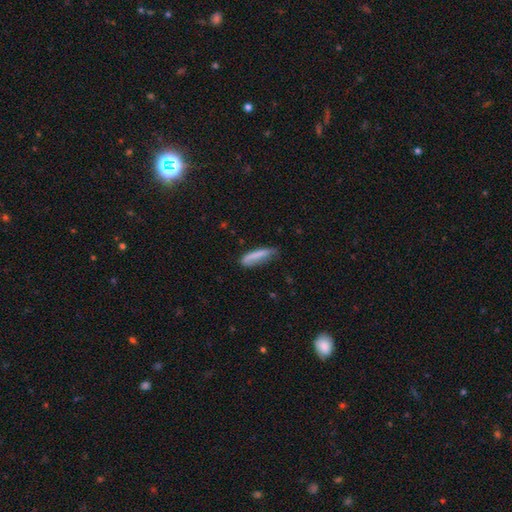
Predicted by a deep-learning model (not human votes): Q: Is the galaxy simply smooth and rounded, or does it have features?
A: smooth — 76%.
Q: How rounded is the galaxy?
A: cigar-shaped — 73%.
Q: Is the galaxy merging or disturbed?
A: none — 56%.